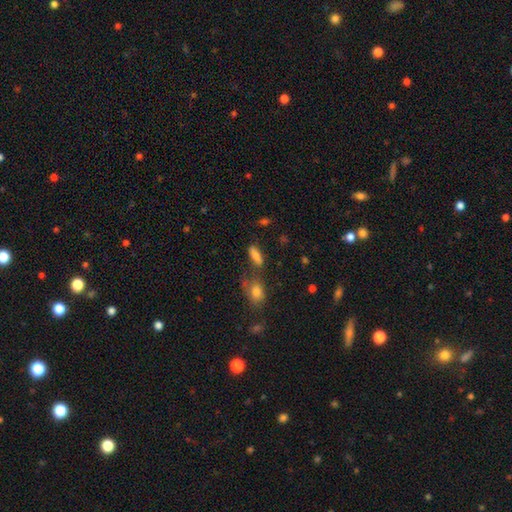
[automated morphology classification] Smooth or featured? Predicted: smooth (p=0.78). How rounded? Predicted: in between (p=0.70). Merging? Predicted: none (p=0.56).